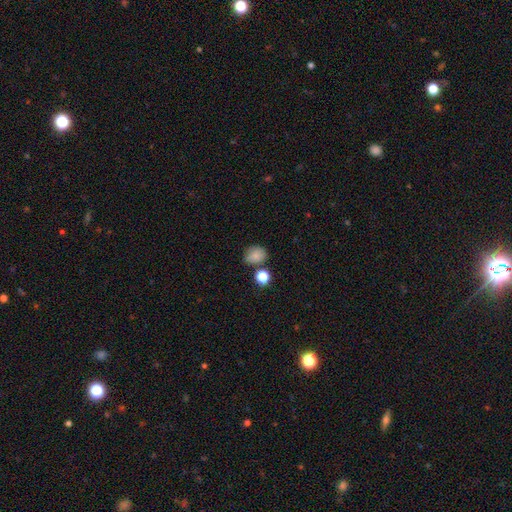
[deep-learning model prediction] A smooth galaxy with no disk features (82%) that is round (54%). Merging: none (64%).